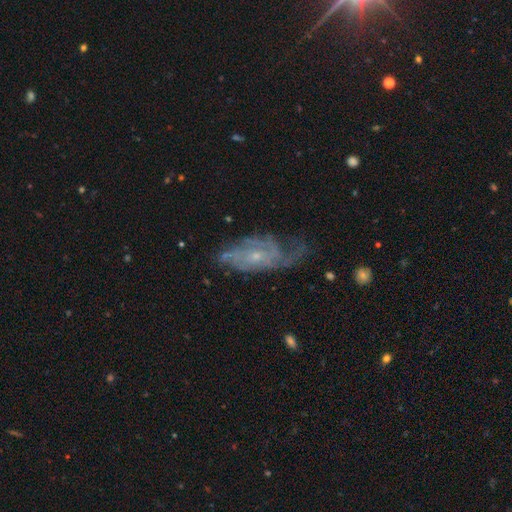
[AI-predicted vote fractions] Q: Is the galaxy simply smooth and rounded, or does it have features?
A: featured or disk — 81%.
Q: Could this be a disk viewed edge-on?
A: no — 93%.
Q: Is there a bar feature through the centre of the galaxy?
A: no — 71%.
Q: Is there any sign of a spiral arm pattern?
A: yes — 92%.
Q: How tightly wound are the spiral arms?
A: tight — 45%.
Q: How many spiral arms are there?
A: can't tell — 34%.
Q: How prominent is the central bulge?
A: small — 70%.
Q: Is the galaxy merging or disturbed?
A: none — 56%.